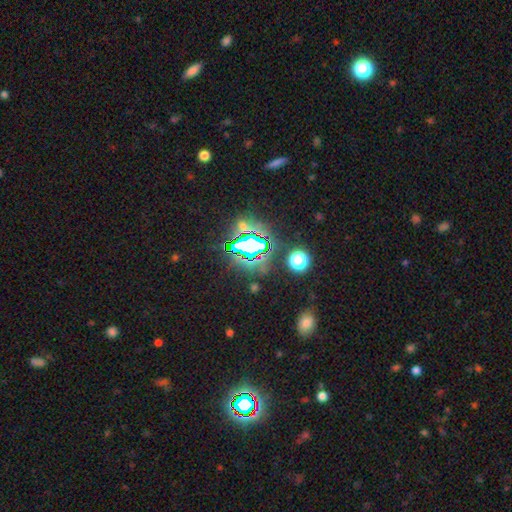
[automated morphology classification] A star or artifact, not a galaxy (76%).